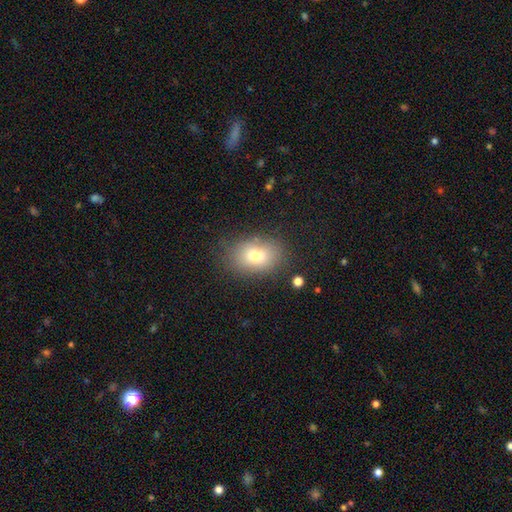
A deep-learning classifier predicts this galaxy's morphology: A smooth galaxy with no disk features (75%) that is in between round and cigar-shaped (76%). Merging: none (79%).